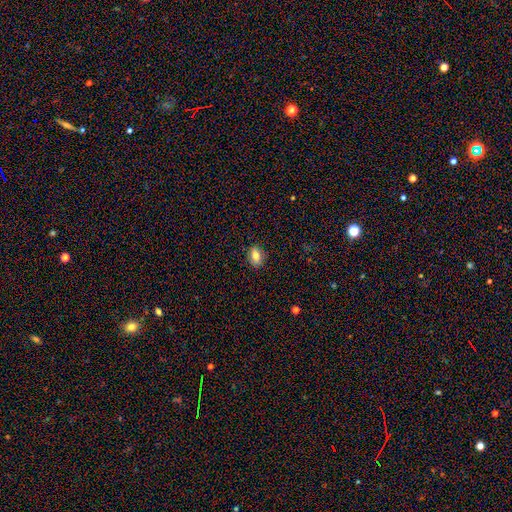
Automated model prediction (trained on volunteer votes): This appears to be a smooth galaxy with no disk features (76%) that is in between round and cigar-shaped (78%). Merging: none (86%).